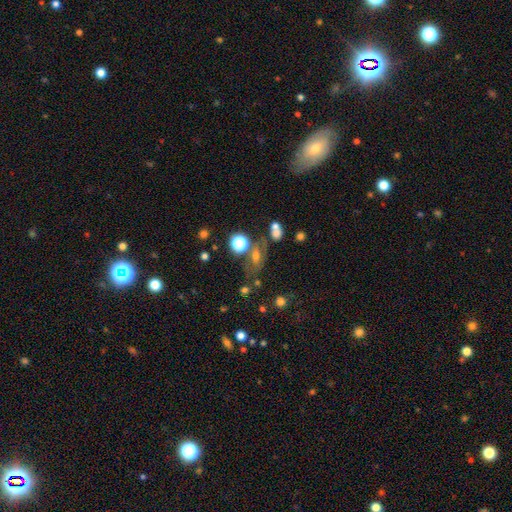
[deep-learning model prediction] smooth_or_featured: smooth (p=0.45) [alt: star or artifact p=0.28]
merging: none (p=0.52) [alt: minor disturbance p=0.18]